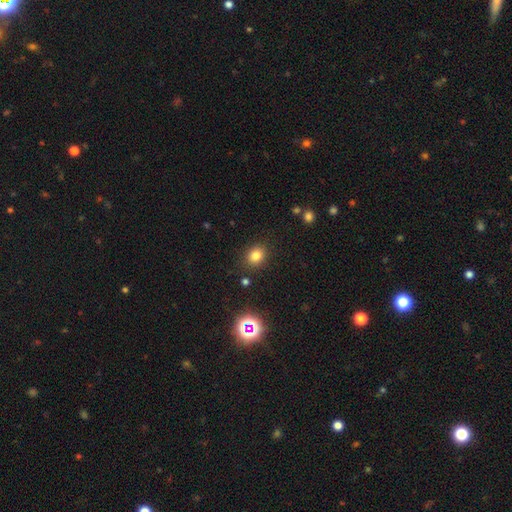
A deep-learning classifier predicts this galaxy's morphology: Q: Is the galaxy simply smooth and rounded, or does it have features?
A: smooth — 79%.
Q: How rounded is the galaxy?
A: round — 58%.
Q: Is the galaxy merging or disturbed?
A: none — 86%.